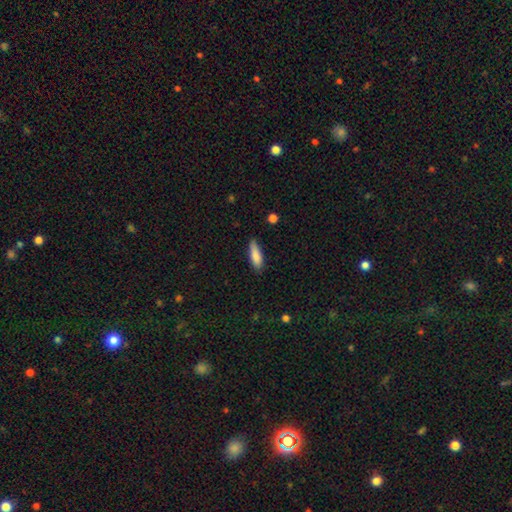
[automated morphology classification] smooth-or-featured: smooth: 85% | featured or disk: 9% | star or artifact: 6%
  how-rounded: cigar-shaped: 52% | in between: 46% | round: 2%
  merging: none: 76% | minor disturbance: 19% | major disturbance: 3% | merger: 2%